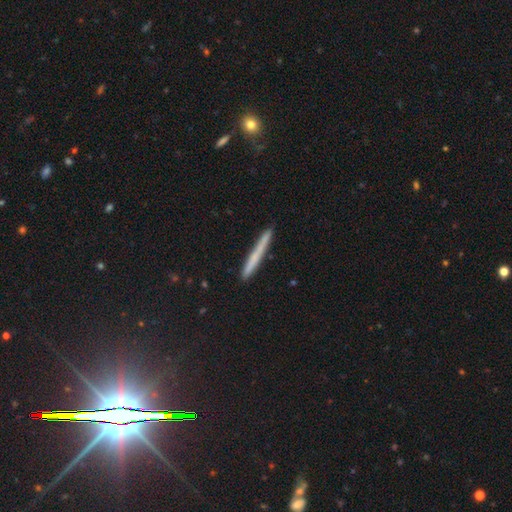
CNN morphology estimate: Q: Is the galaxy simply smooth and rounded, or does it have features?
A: smooth — 62%.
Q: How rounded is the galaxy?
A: cigar-shaped — 97%.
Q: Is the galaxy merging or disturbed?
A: none — 88%.